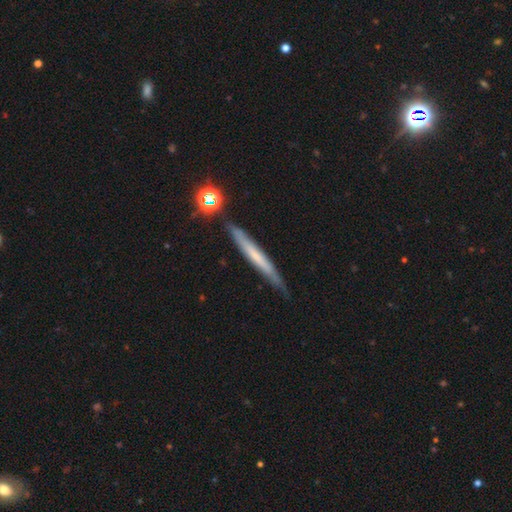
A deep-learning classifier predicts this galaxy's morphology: type=smooth (47%); merging=none (78%).